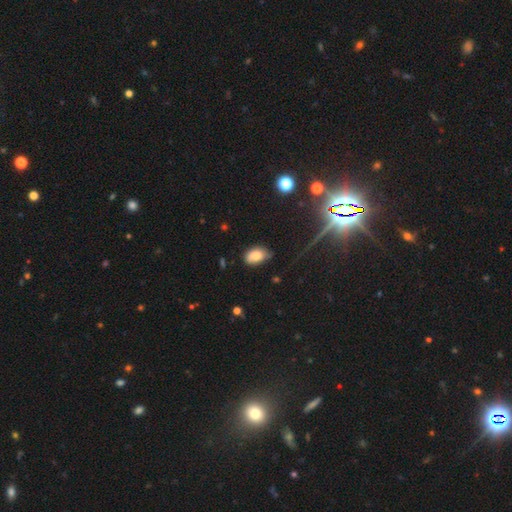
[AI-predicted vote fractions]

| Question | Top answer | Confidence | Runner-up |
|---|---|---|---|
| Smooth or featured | smooth | 79% | featured or disk (12%) |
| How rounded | in between | 90% | round (8%) |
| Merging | none | 63% | minor disturbance (30%) |